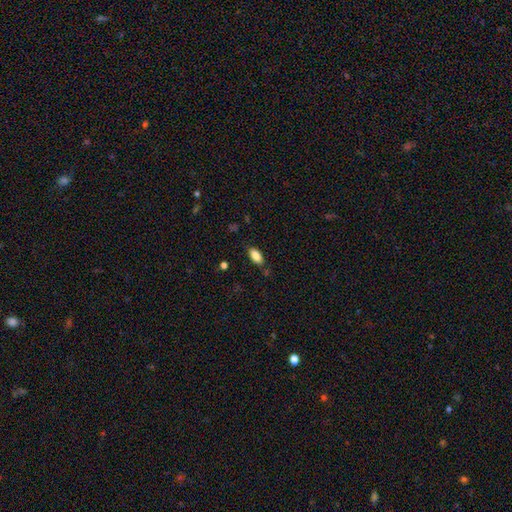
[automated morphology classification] Smooth or featured: smooth — 86% (star or artifact — 8%)
How rounded: in between — 91% (cigar-shaped — 6%)
Merging: none — 81% (minor disturbance — 14%)